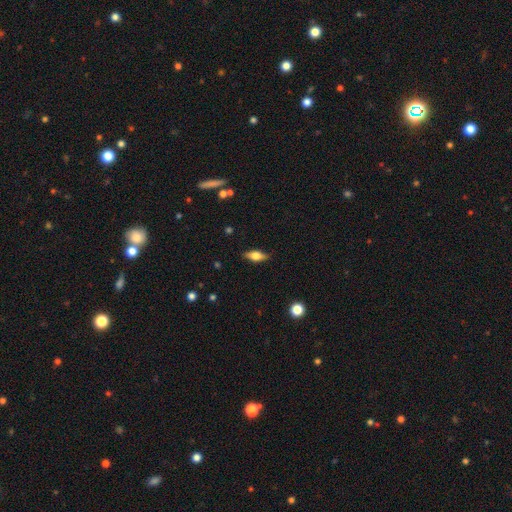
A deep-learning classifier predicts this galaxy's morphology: The model was most divided on "smooth or featured": smooth: 58%, featured or disk: 34%, star or artifact: 8%. More confident: merging — none (84%); how rounded — in between (75%).